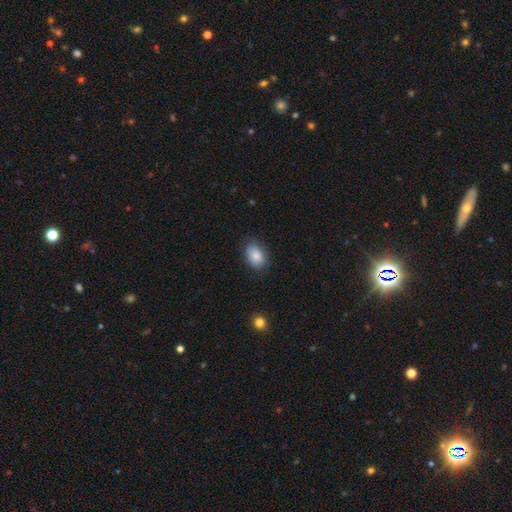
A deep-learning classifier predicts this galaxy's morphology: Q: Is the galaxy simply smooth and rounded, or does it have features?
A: smooth — 85%.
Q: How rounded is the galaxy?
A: in between — 84%.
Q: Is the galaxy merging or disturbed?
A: none — 76%.